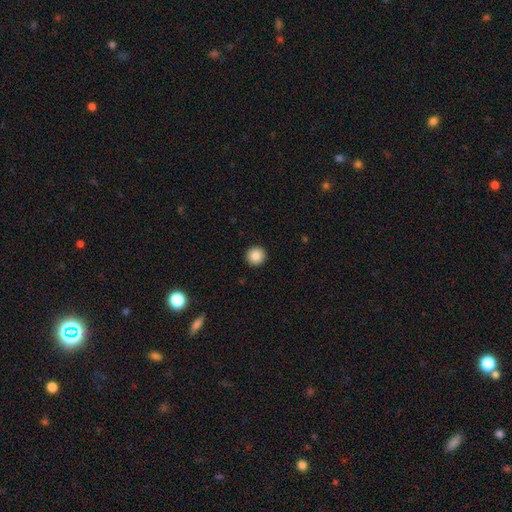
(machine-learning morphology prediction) A smooth galaxy with no disk features (86%) that is round (96%).

Vote fractions:
- Smooth or featured? smooth: 86% / star or artifact: 9% / featured or disk: 5%
- How rounded? round: 96% / in between: 3% / cigar-shaped: 1%
- Merging? none: 94% / minor disturbance: 4% / major disturbance: 1% / merger: 1%